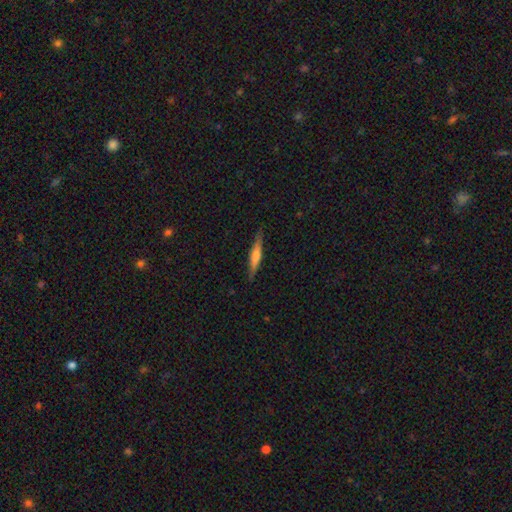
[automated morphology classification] This is possibly a featured or disk galaxy (54%). It is clearly viewed edge-on (96%). Edge-on bulge: likely rounded (62%). Merging: clearly none (88%).